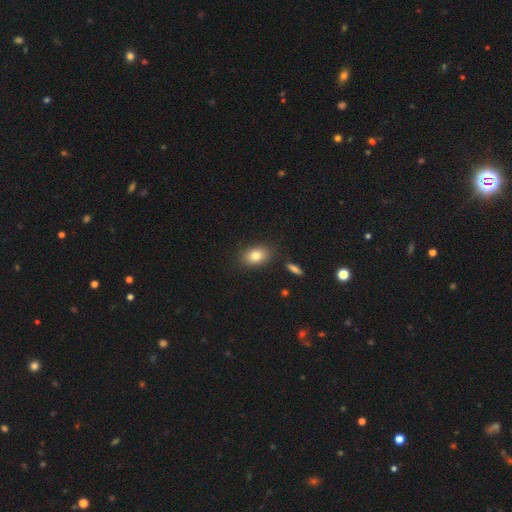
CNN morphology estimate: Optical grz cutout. It shows a smooth galaxy with no disk features (81%) that is in between round and cigar-shaped (82%). Merging: none (84%).